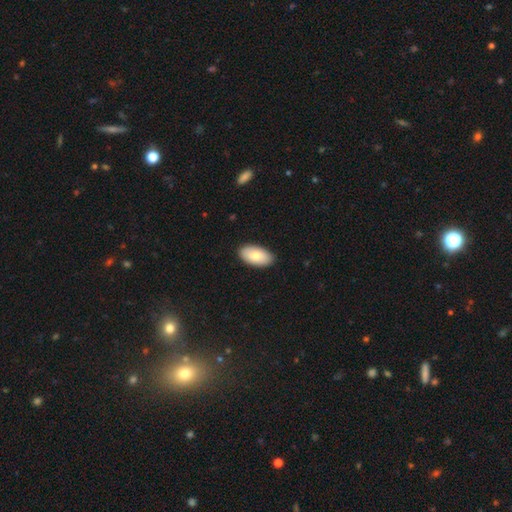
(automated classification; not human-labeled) smooth-or-featured: smooth: 77% | featured or disk: 17% | star or artifact: 6%
  how-rounded: in between: 95% | round: 3% | cigar-shaped: 2%
  merging: none: 88% | minor disturbance: 9% | major disturbance: 2% | merger: 1%